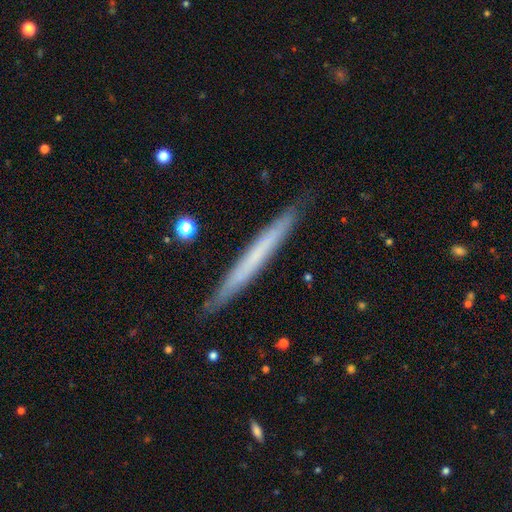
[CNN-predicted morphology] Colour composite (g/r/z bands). It shows a smooth galaxy with no disk features (48%). Merging: none (89%).